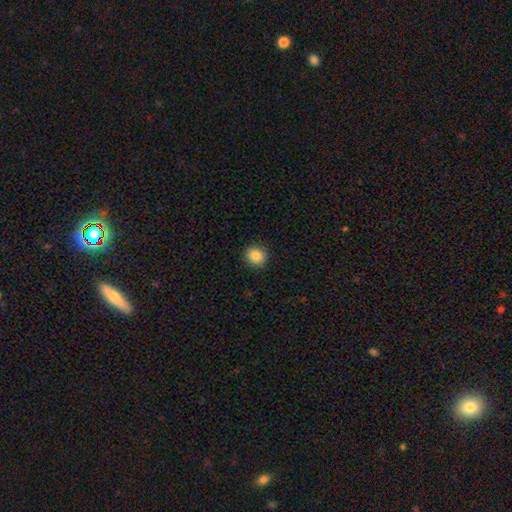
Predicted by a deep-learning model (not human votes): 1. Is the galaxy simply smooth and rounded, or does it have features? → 87% smooth, 9% star or artifact, 4% featured or disk.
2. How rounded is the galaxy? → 80% round, 19% in between, 1% cigar-shaped.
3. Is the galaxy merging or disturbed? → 90% none, 7% minor disturbance, 2% major disturbance, 1% merger.